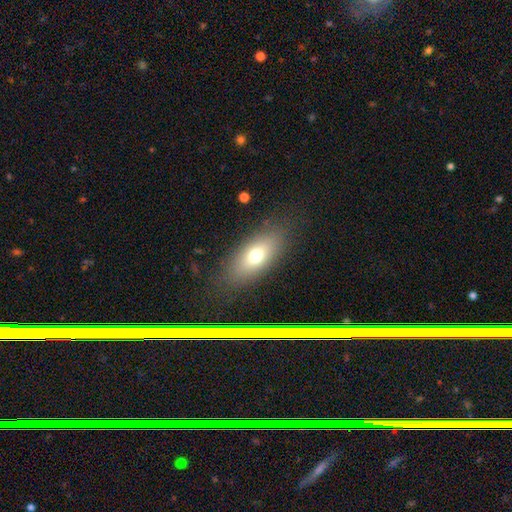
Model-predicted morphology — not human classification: Smooth or featured: smooth — 70% (featured or disk — 19%)
How rounded: in between — 84% (cigar-shaped — 10%)
Merging: none — 81% (minor disturbance — 12%)